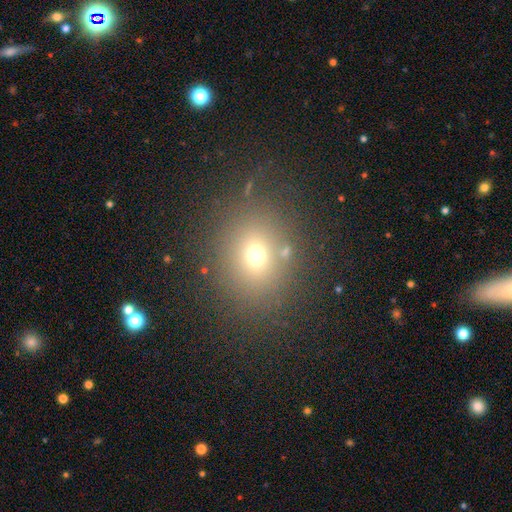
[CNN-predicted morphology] The model was most divided on "how rounded": round: 71%, in between: 28%, cigar-shaped: 1%. More confident: merging — none (81%); smooth or featured — smooth (67%).